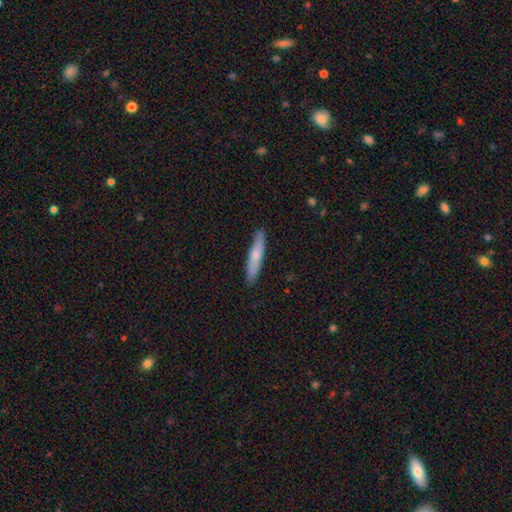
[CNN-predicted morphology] A smooth galaxy with no disk features (64%) that is cigar-shaped (88%). Merging: none (89%).